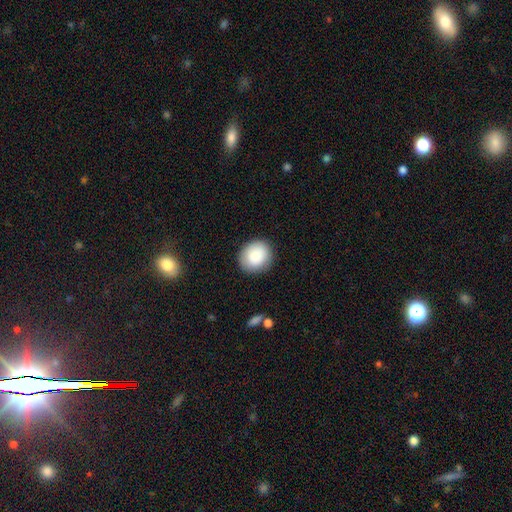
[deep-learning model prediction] Smooth or featured: smooth — 87% (star or artifact — 7%)
How rounded: round — 75% (in between — 24%)
Merging: none — 87% (minor disturbance — 9%)